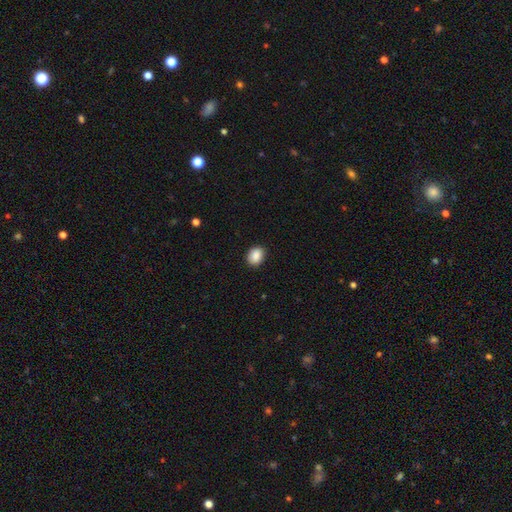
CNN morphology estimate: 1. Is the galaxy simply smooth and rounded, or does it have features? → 89% smooth, 8% star or artifact, 3% featured or disk.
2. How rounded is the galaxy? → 53% in between, 46% round, 1% cigar-shaped.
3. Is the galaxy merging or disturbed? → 88% none, 9% minor disturbance, 2% major disturbance, 1% merger.